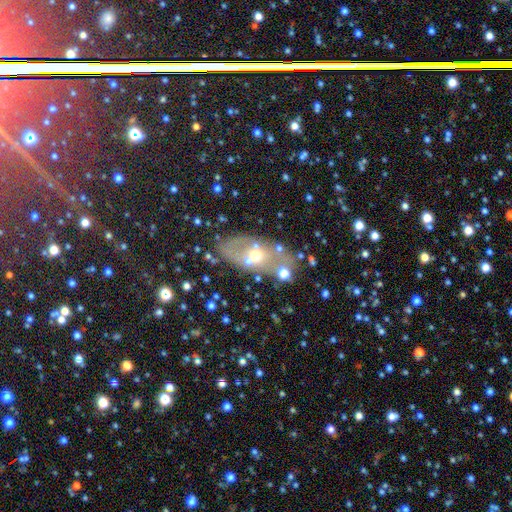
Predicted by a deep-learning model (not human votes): Morphology: type=featured or disk (49%); merging=none (63%).